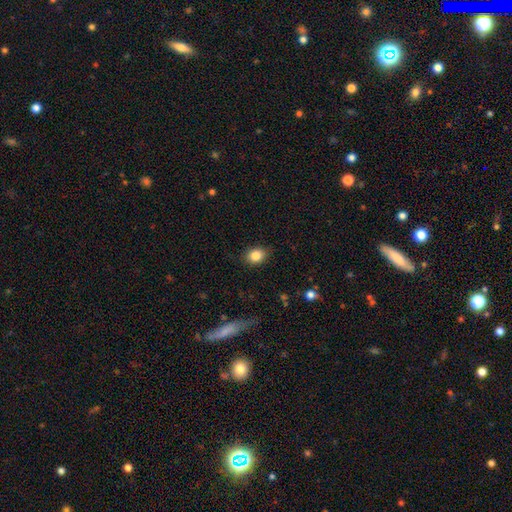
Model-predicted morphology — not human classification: smooth-or-featured: smooth: 84% | star or artifact: 9% | featured or disk: 6%
  how-rounded: in between: 56% | round: 43% | cigar-shaped: 1%
  merging: none: 85% | minor disturbance: 12% | major disturbance: 2% | merger: 1%